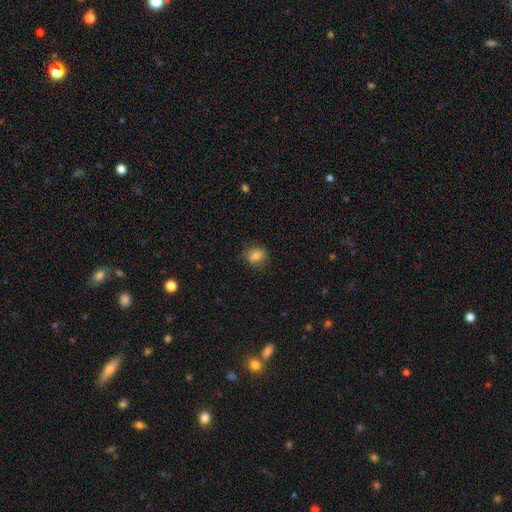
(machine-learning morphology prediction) Smooth or featured?
  - smooth: 80% *
  - featured or disk: 10%
  - star or artifact: 10%
How rounded?
  - in between: 53% *
  - round: 46%
  - cigar-shaped: 2%
Merging?
  - none: 75% *
  - minor disturbance: 18%
  - major disturbance: 5%
  - merger: 1%